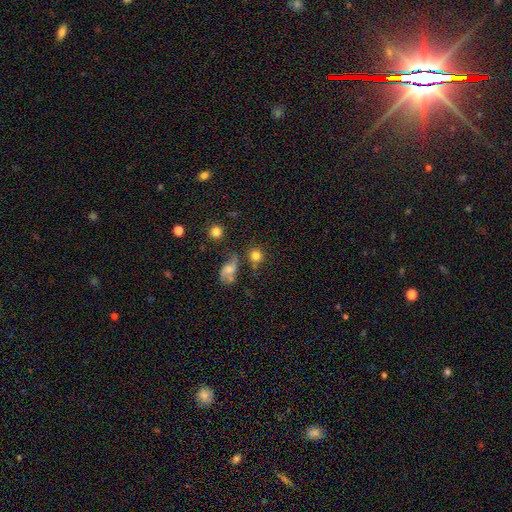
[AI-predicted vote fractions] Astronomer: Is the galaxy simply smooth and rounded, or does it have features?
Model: smooth — 80%.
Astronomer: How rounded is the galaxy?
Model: round — 88%.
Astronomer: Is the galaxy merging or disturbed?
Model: none — 65%.